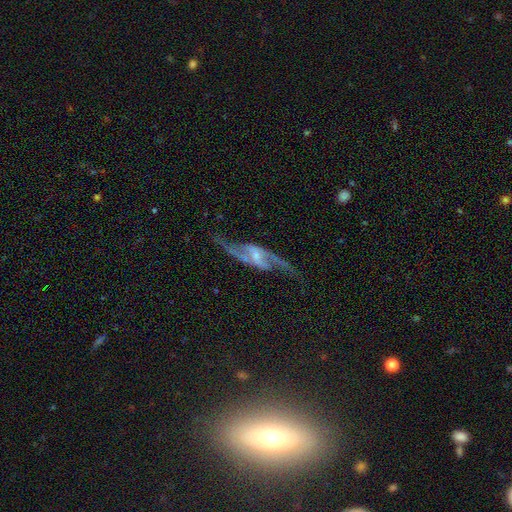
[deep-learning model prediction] This is clearly a featured or disk galaxy (89%). It is clearly not viewed edge-on (88%). Bar: marginally strong (40%, tied with weak). Spiral arm pattern: clearly yes (95%). Spiral arm count: clearly 2 (93%). Spiral winding: likely loose (61%). Central bulge: possibly small (54%). Merging: likely none (73%).